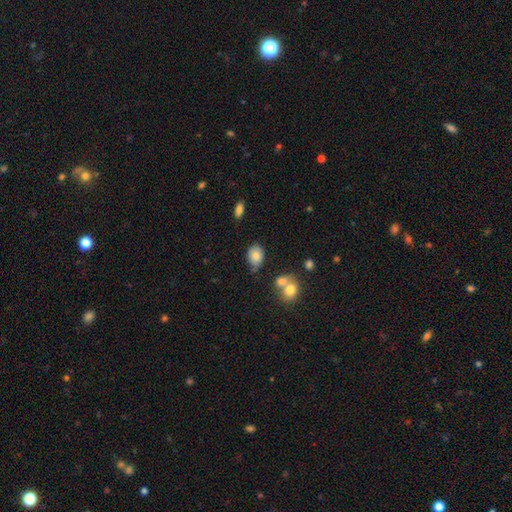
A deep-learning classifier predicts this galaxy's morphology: Smooth or featured: smooth — 78% (featured or disk — 13%)
How rounded: in between — 76% (round — 23%)
Merging: none — 54% (minor disturbance — 31%)